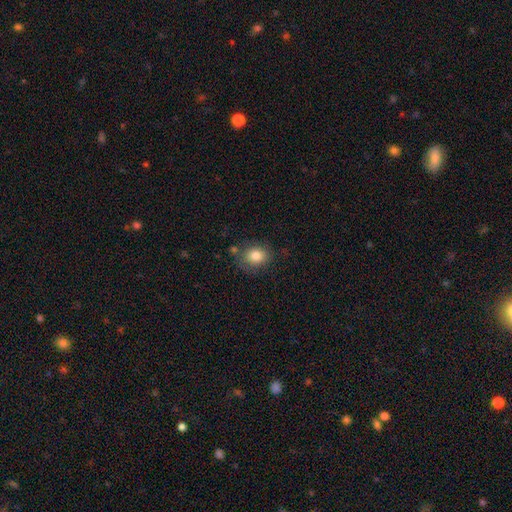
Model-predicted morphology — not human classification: Smooth or featured: smooth — 82% (star or artifact — 9%)
How rounded: round — 55% (in between — 44%)
Merging: none — 74% (minor disturbance — 17%)